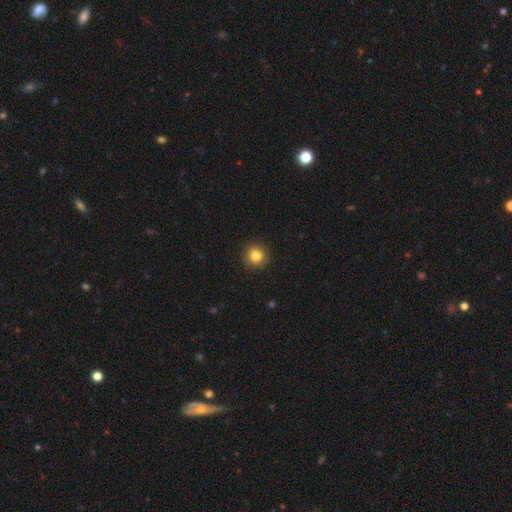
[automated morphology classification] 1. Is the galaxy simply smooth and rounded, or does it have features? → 83% smooth, 11% star or artifact, 6% featured or disk.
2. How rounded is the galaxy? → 94% round, 5% in between, 1% cigar-shaped.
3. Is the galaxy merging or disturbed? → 92% none, 5% minor disturbance, 2% major disturbance, 1% merger.